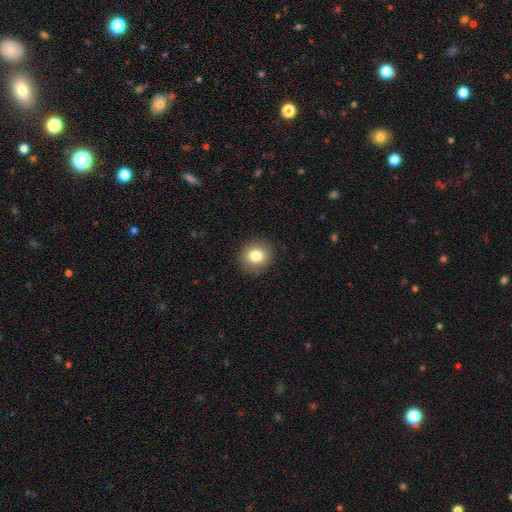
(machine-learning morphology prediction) Q: Smooth or featured?
A: smooth (82%); runner-up: star or artifact (10%)
Q: How rounded?
A: round (83%); runner-up: in between (16%)
Q: Merging?
A: none (90%); runner-up: minor disturbance (7%)